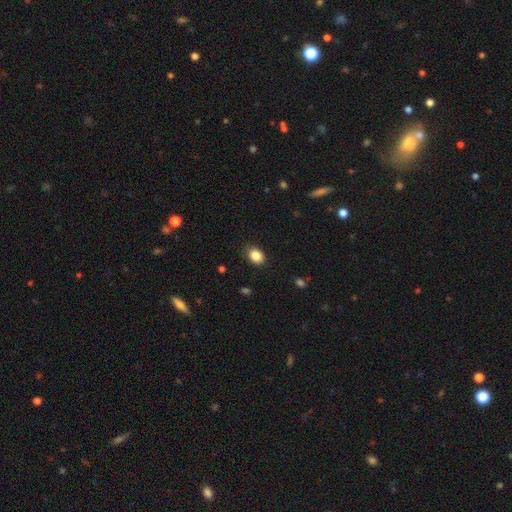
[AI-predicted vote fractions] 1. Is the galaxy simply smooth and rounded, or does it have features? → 86% smooth, 9% star or artifact, 5% featured or disk.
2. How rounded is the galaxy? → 65% in between, 34% round, 1% cigar-shaped.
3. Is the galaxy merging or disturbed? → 84% none, 12% minor disturbance, 3% major disturbance, 1% merger.